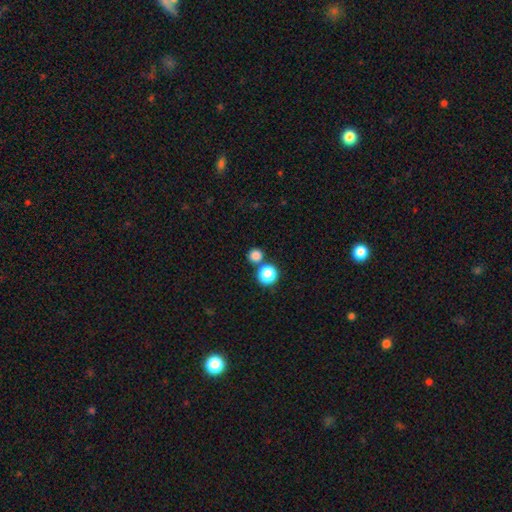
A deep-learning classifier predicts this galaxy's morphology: smooth-or-featured: smooth: 82% | star or artifact: 13% | featured or disk: 5%
  how-rounded: round: 91% | in between: 8% | cigar-shaped: 1%
  merging: none: 66% | merger: 25% | minor disturbance: 7% | major disturbance: 3%